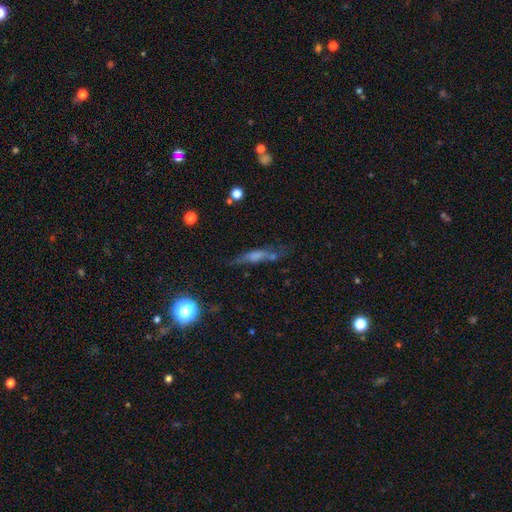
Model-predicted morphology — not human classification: A featured or disk galaxy (50%) viewed edge-on (78%).

Vote fractions:
- Smooth or featured? featured or disk: 50% / smooth: 33% / star or artifact: 17%
- Edge-on disk? yes: 78% / no: 22%
- Merging? none: 64% / minor disturbance: 20% / major disturbance: 10% / merger: 6%